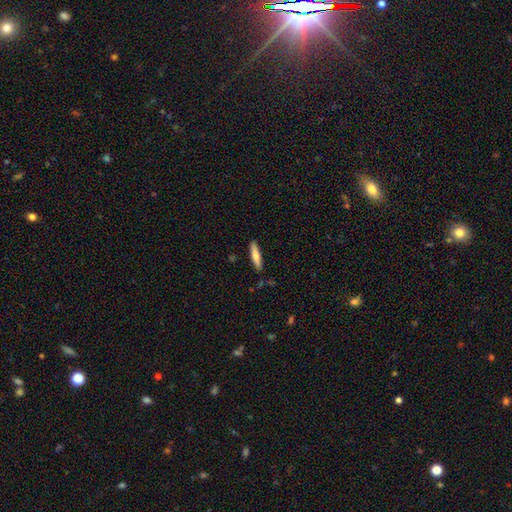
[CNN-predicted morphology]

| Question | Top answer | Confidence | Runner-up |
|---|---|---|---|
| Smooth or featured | smooth | 68% | featured or disk (26%) |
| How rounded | cigar-shaped | 82% | in between (16%) |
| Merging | none | 87% | minor disturbance (10%) |